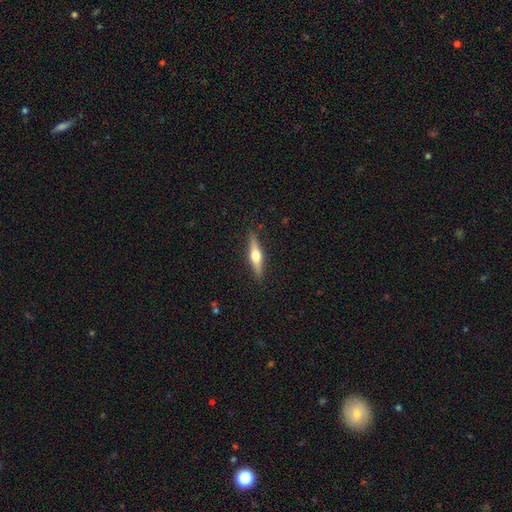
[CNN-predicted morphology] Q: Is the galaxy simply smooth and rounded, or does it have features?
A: featured or disk — 58%.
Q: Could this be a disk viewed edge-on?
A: yes — 96%.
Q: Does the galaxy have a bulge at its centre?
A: rounded — 94%.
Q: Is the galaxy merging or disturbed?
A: none — 89%.